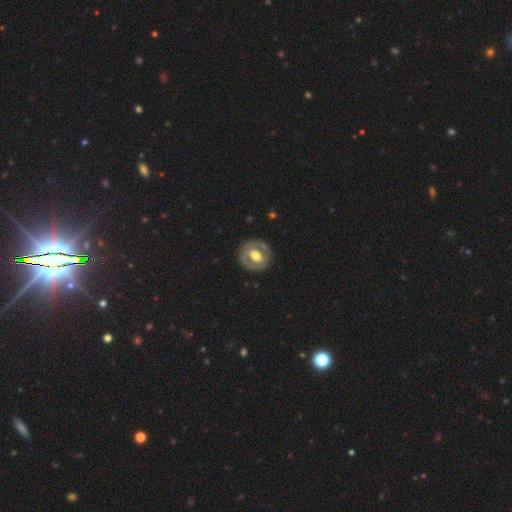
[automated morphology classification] This appears to be a featured or disk galaxy (62%) with no bar (42%), no spiral arms (63%) and a moderate central bulge (66%). Merging: none (81%).